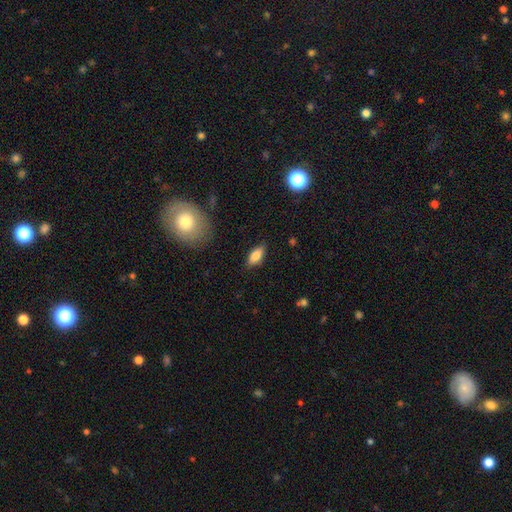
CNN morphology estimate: Smooth or featured?
  - smooth: 78% *
  - featured or disk: 15%
  - star or artifact: 7%
How rounded?
  - in between: 81% *
  - cigar-shaped: 16%
  - round: 3%
Merging?
  - none: 85% *
  - minor disturbance: 11%
  - major disturbance: 3%
  - merger: 1%